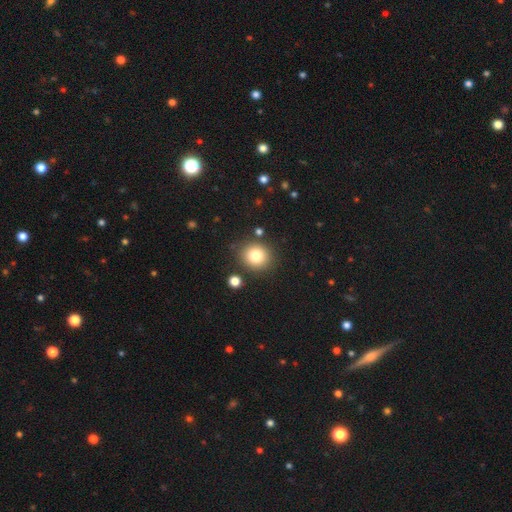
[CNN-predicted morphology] Smooth or featured?
  - smooth: 80% *
  - star or artifact: 11%
  - featured or disk: 8%
How rounded?
  - round: 87% *
  - in between: 12%
  - cigar-shaped: 1%
Merging?
  - none: 84% *
  - minor disturbance: 8%
  - merger: 5%
  - major disturbance: 3%